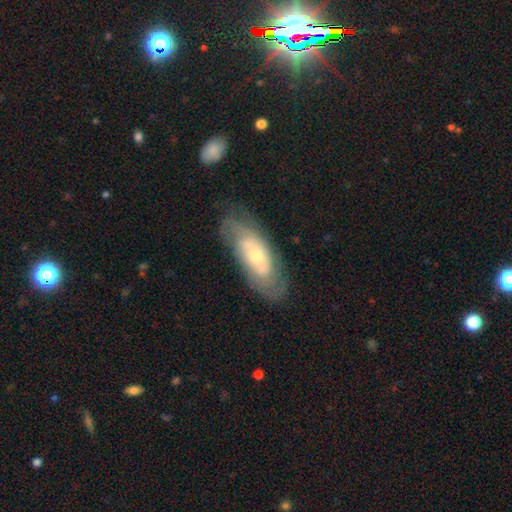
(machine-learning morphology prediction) This is likely a featured or disk galaxy (68%). It is clearly not viewed edge-on (87%). Bar: likely no (74%). Spiral arm pattern: likely yes (78%). Central bulge: possibly small (50%). Merging: likely none (68%).